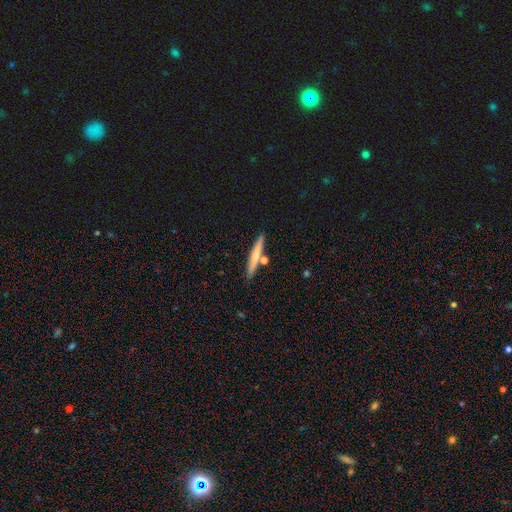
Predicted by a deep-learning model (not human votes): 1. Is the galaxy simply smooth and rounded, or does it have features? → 59% smooth, 35% featured or disk, 6% star or artifact.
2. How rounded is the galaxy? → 92% cigar-shaped, 5% in between, 2% round.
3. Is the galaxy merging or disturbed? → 78% none, 10% merger, 9% minor disturbance, 2% major disturbance.